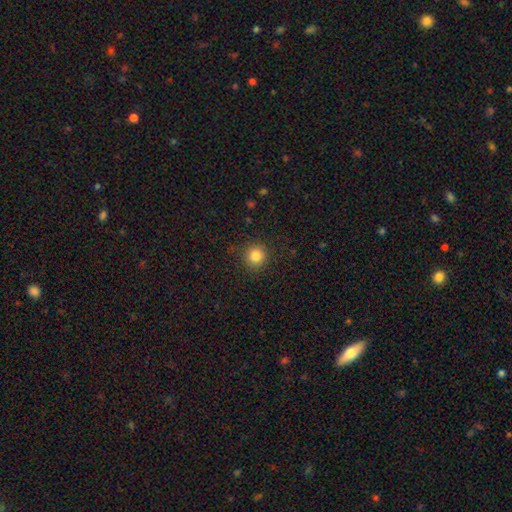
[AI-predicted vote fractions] This is clearly a smooth galaxy (84%). How rounded: clearly round (93%). Merging: clearly none (90%).